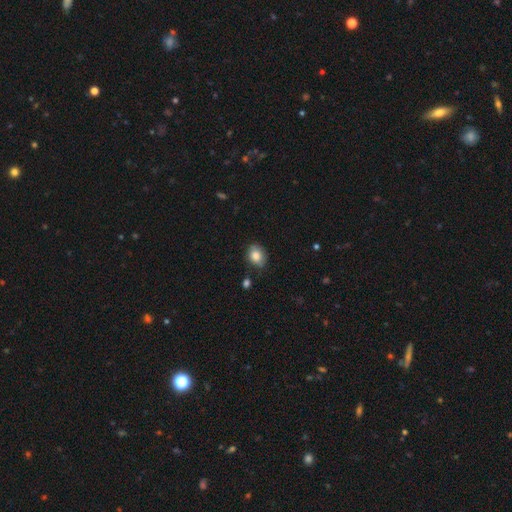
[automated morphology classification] Smooth or featured? smooth (80%)
How rounded? in between (51%)
Merging? none (72%)